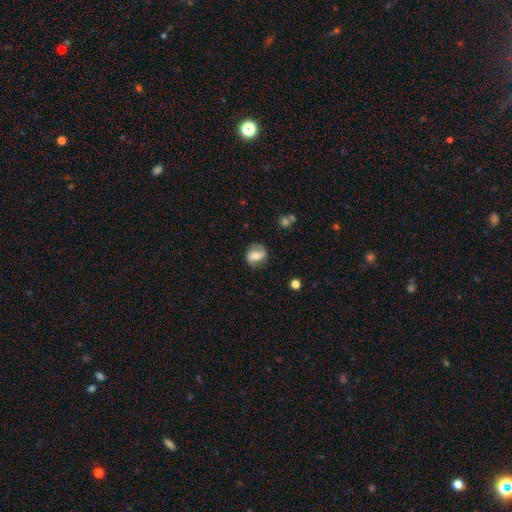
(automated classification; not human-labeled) This appears to be a featured or disk galaxy (50%). Merging: none (70%).